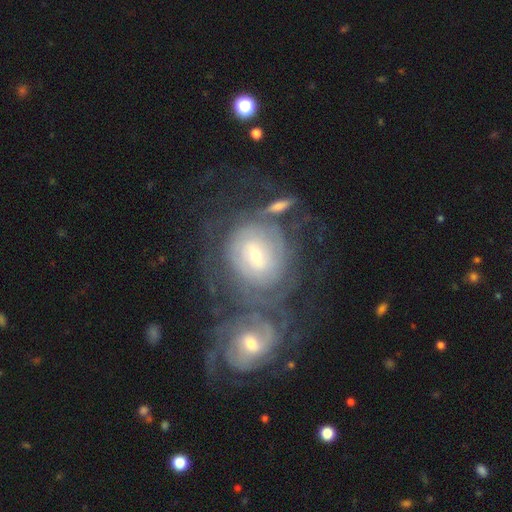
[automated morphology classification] Smooth or featured?
  - featured or disk: 77% *
  - smooth: 16%
  - star or artifact: 7%
Edge-on disk?
  - no: 96% *
  - yes: 4%
Bar?
  - weak: 48% *
  - no: 36%
  - strong: 16%
Spiral arms?
  - yes: 90% *
  - no: 10%
Spiral winding?
  - tight: 76% *
  - medium: 18%
  - loose: 6%
Spiral arm count?
  - can't tell: 48% *
  - 2: 20%
  - 3: 12%
  - 4: 9%
  - more than 4: 6%
  - 1: 5%
Bulge size?
  - small: 52% *
  - moderate: 43%
  - large: 3%
  - none: 1%
  - dominant: 1%
Merging?
  - merger: 39% * (tied)
  - none: 39% * (tied)
  - minor disturbance: 12%
  - major disturbance: 10%